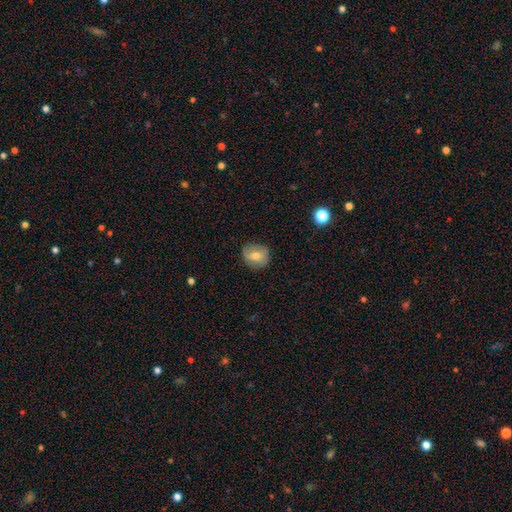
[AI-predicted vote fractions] Smooth or featured: smooth — 60% (featured or disk — 31%)
How rounded: round — 70% (in between — 29%)
Merging: none — 79% (minor disturbance — 16%)